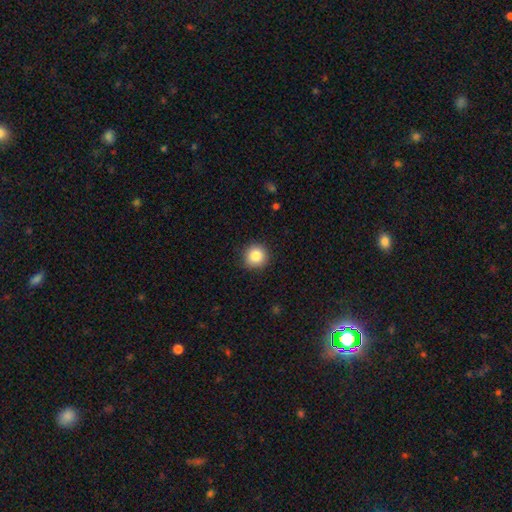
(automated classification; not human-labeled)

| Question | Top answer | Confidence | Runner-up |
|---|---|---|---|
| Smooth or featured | smooth | 85% | star or artifact (10%) |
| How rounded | round | 94% | in between (5%) |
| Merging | none | 90% | minor disturbance (8%) |